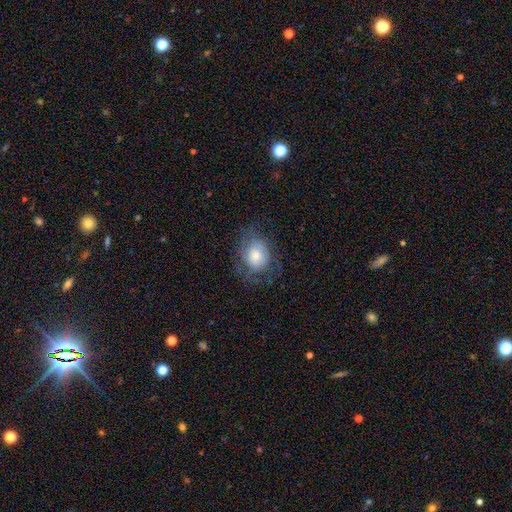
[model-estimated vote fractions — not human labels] Smooth or featured: smooth — 54% (featured or disk — 37%)
How rounded: round — 57% (in between — 42%)
Merging: none — 60% (minor disturbance — 22%)